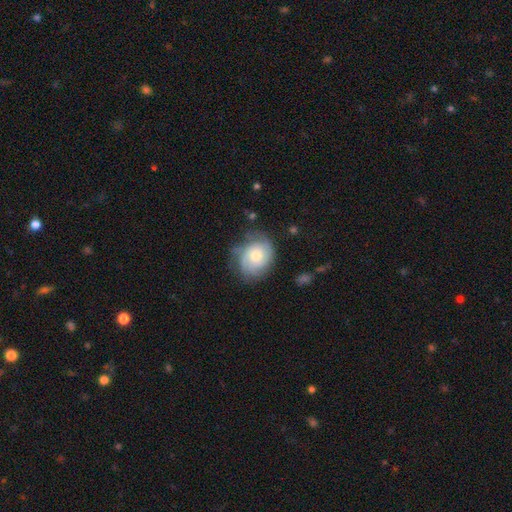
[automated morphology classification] featured or disk 60%, smooth 33%, star or artifact 7%. Down the decision tree: edge-on disk — no (97%); bar — no (79%); spiral arms — yes (86%); spiral arm count — can't tell (37%); spiral winding — tight (56%); bulge size — moderate (62%); merging — none (64%).